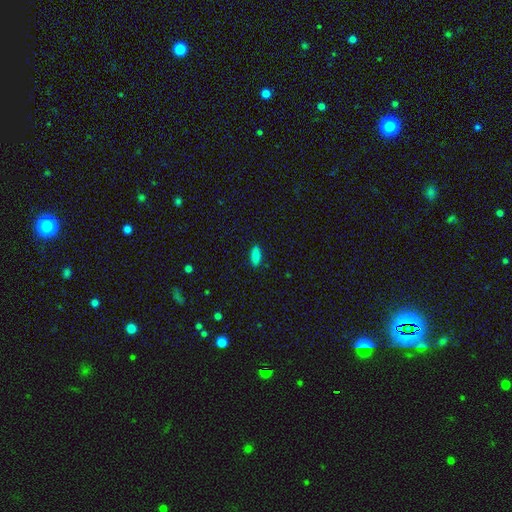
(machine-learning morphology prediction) smooth 87%, star or artifact 8%, featured or disk 5%. Down the decision tree: how rounded — in between (73%); merging — none (88%).